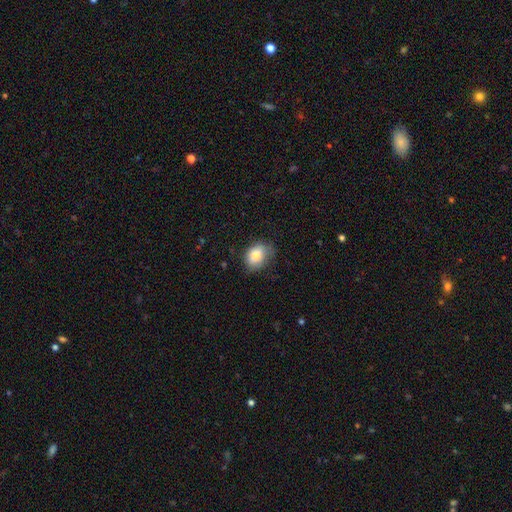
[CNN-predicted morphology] smooth 80%, featured or disk 11%, star or artifact 9%. Down the decision tree: how rounded — in between (65%); merging — none (67%).